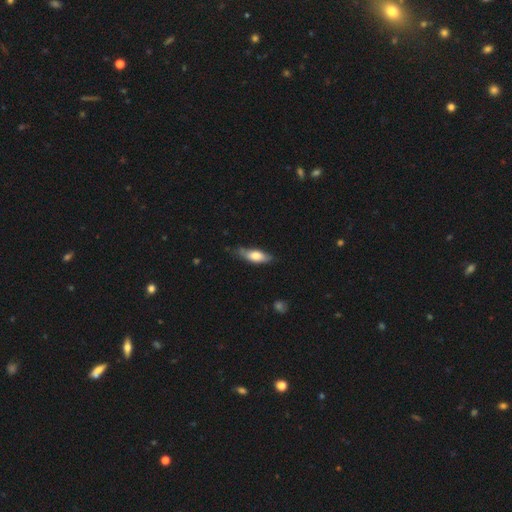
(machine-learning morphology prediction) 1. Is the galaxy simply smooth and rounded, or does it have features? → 67% smooth, 28% featured or disk, 6% star or artifact.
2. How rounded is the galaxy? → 64% in between, 34% cigar-shaped, 2% round.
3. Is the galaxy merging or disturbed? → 66% none, 28% minor disturbance, 5% major disturbance, 2% merger.